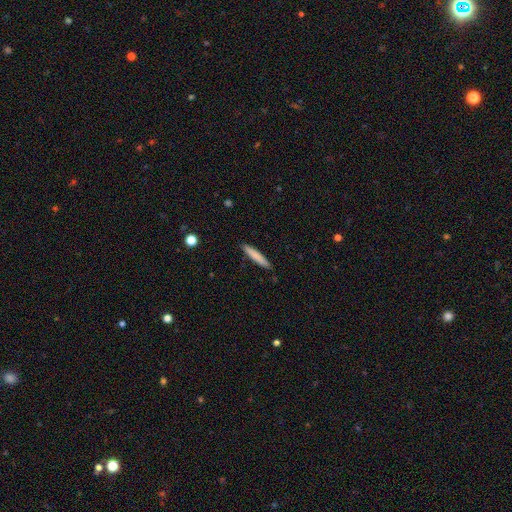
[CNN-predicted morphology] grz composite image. It shows a smooth galaxy with no disk features (80%) that is cigar-shaped (92%). Merging: none (89%).